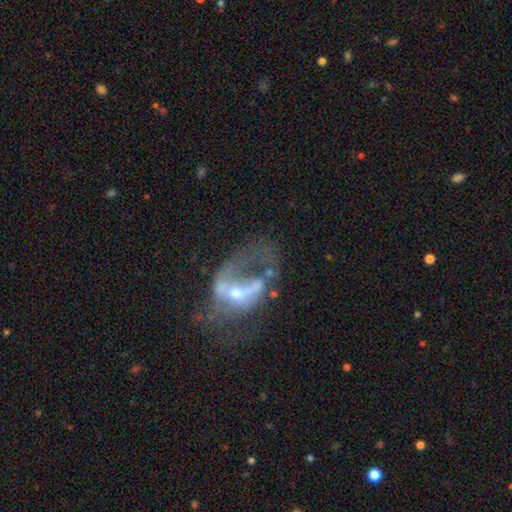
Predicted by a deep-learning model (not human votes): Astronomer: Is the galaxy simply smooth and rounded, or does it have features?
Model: featured or disk — 67%.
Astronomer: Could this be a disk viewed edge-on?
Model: no — 96%.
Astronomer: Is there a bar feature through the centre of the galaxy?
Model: no — 61%.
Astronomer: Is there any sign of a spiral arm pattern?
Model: no — 53% (runner-up: yes, 47%).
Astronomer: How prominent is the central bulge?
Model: small — 48% (runner-up: moderate, 34%).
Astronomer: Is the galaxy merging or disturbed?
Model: major disturbance — 45% (runner-up: none, 26%).